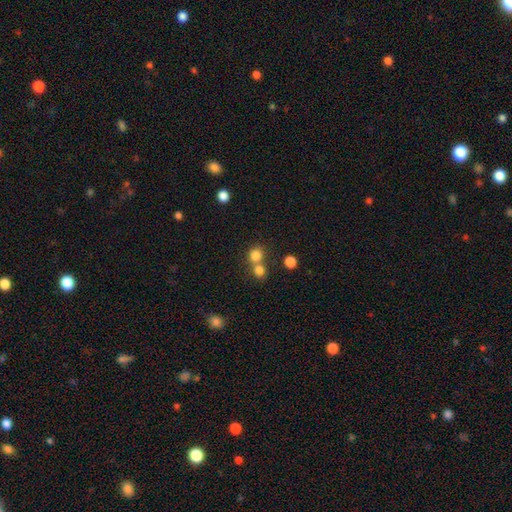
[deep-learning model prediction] A smooth galaxy with no disk features (80%) that is round (85%).

Vote fractions:
- Smooth or featured? smooth: 80% / star or artifact: 13% / featured or disk: 7%
- How rounded? round: 85% / in between: 14% / cigar-shaped: 1%
- Merging? none: 49% / merger: 42% / minor disturbance: 6% / major disturbance: 3%